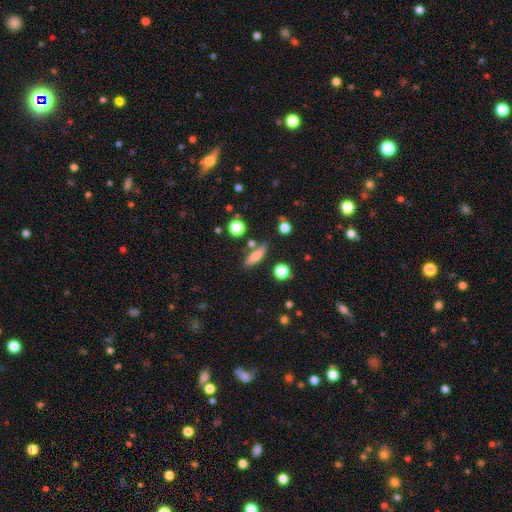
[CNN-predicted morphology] Smooth or featured?
  - smooth: 70% *
  - featured or disk: 20%
  - star or artifact: 9%
How rounded?
  - cigar-shaped: 55% *
  - in between: 39%
  - round: 5%
Merging?
  - none: 76% *
  - minor disturbance: 14%
  - merger: 7%
  - major disturbance: 4%